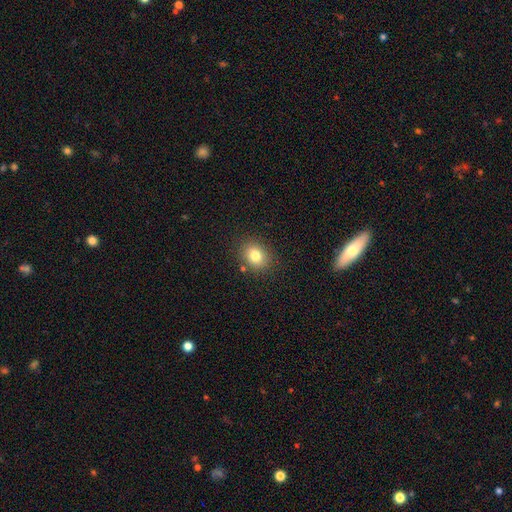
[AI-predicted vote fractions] Q: Smooth or featured?
A: smooth (78%); runner-up: star or artifact (12%)
Q: How rounded?
A: round (52%); runner-up: in between (46%)
Q: Merging?
A: none (88%); runner-up: minor disturbance (8%)